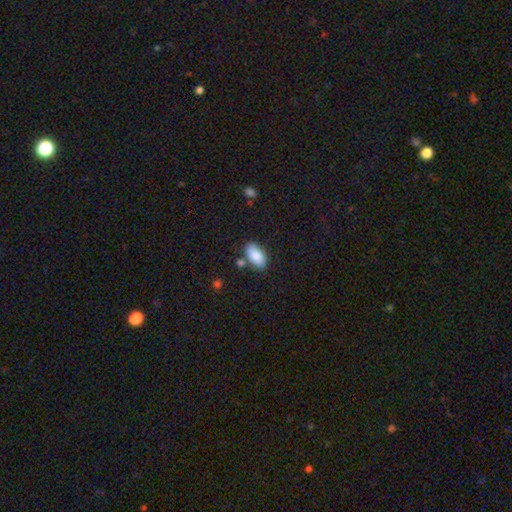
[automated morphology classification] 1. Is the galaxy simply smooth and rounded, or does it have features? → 87% smooth, 7% featured or disk, 7% star or artifact.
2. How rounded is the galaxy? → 94% in between, 3% round, 3% cigar-shaped.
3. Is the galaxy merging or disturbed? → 72% none, 15% minor disturbance, 9% merger, 4% major disturbance.